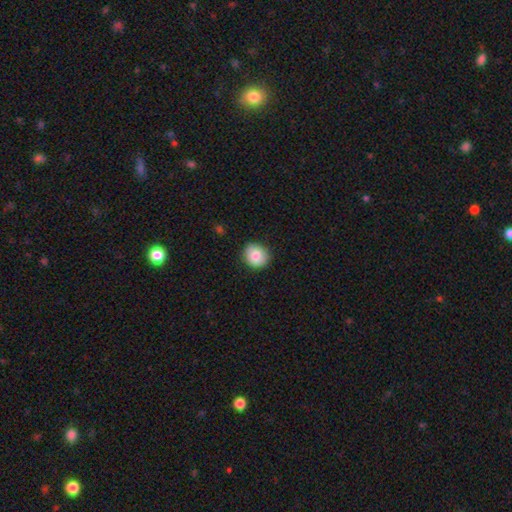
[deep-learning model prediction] A smooth galaxy with no disk features (82%) that is round (85%).

Vote fractions:
- Smooth or featured? smooth: 82% / featured or disk: 10% / star or artifact: 8%
- How rounded? round: 85% / in between: 14% / cigar-shaped: 1%
- Merging? none: 88% / minor disturbance: 9% / major disturbance: 2% / merger: 1%